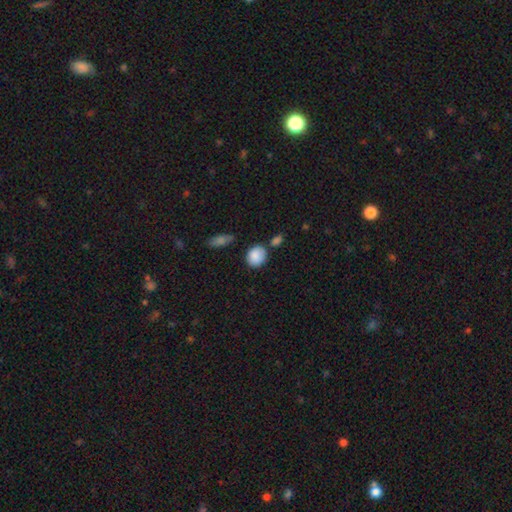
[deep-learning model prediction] Overall: smooth (88%). How rounded: round (62%; in between 36%). Merging: none (72%).